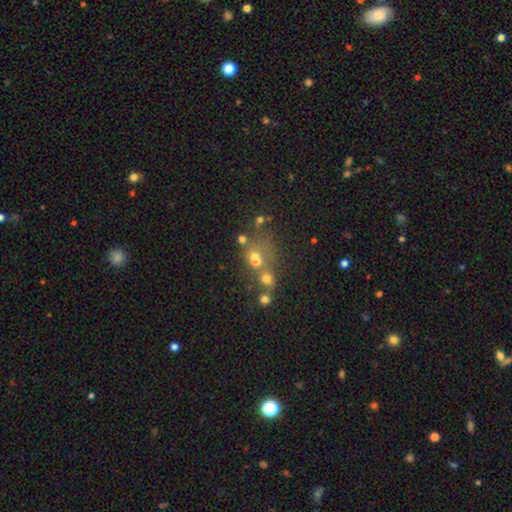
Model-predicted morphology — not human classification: smooth_or_featured: smooth (p=0.47) [alt: star or artifact p=0.35]
merging: none (p=0.48) [alt: merger p=0.38]